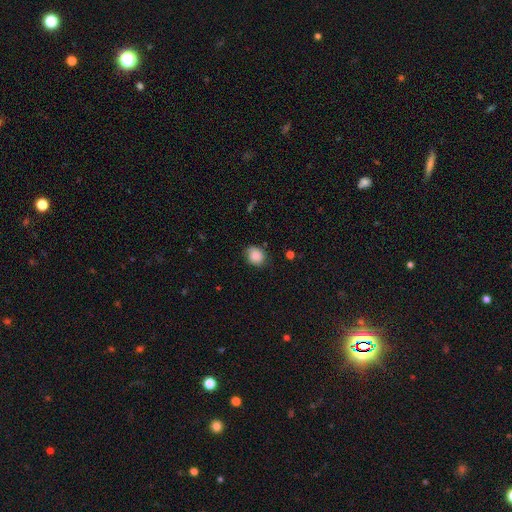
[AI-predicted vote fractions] Smooth or featured: smooth — 81% (featured or disk — 10%)
How rounded: round — 63% (in between — 36%)
Merging: none — 70% (minor disturbance — 23%)